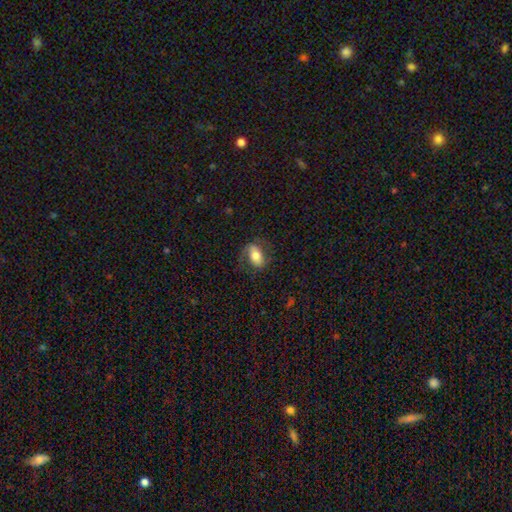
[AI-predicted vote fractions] Morphology: type=smooth (55%); roundness=in between (87%); merging=none (67%).